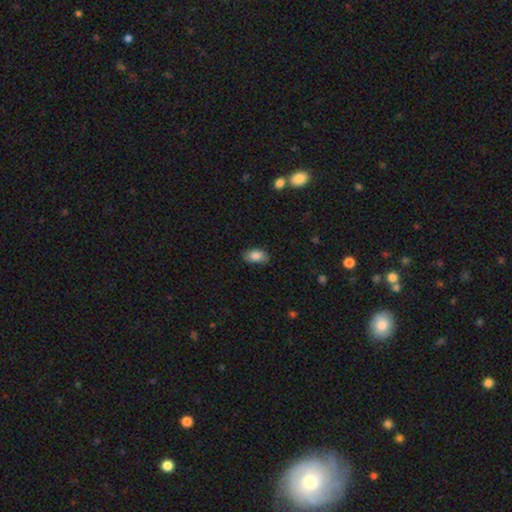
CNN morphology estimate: Smooth or featured? Predicted: smooth (p=0.86). How rounded? Predicted: in between (p=0.90). Merging? Predicted: none (p=0.78).